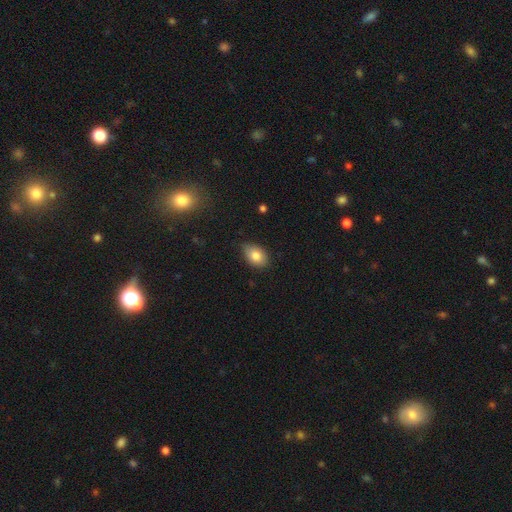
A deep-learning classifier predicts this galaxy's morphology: smooth_or_featured: smooth (p=0.82) [alt: featured or disk p=0.10]
how_rounded: in between (p=0.87) [alt: round p=0.11]
merging: none (p=0.78) [alt: minor disturbance p=0.19]